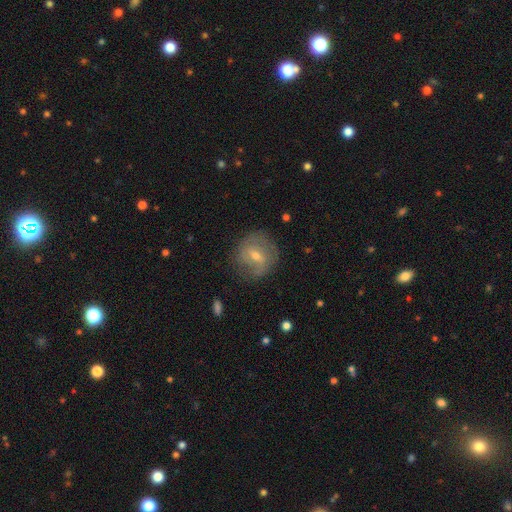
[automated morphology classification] This is possibly a featured or disk galaxy (52%). It is clearly not viewed edge-on (94%). Merging: likely none (72%).